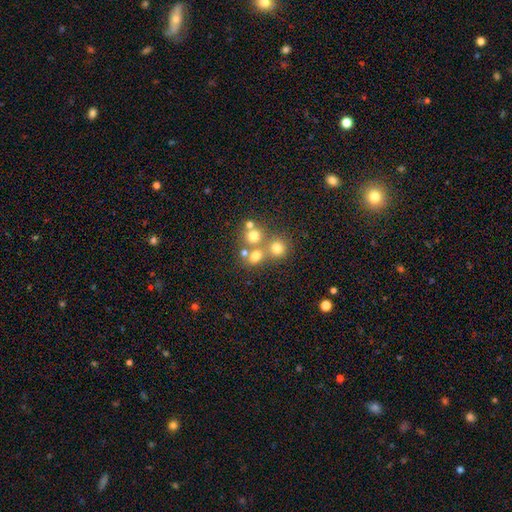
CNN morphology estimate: Smooth or featured?
  - smooth: 67% *
  - star or artifact: 18%
  - featured or disk: 15%
How rounded?
  - round: 74% *
  - in between: 24%
  - cigar-shaped: 1%
Merging?
  - none: 50% *
  - merger: 37%
  - minor disturbance: 8%
  - major disturbance: 4%